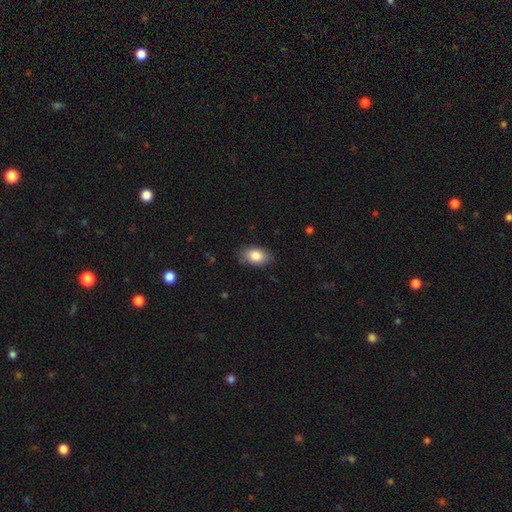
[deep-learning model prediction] Smooth or featured? smooth (85%)
How rounded? in between (89%)
Merging? none (84%)